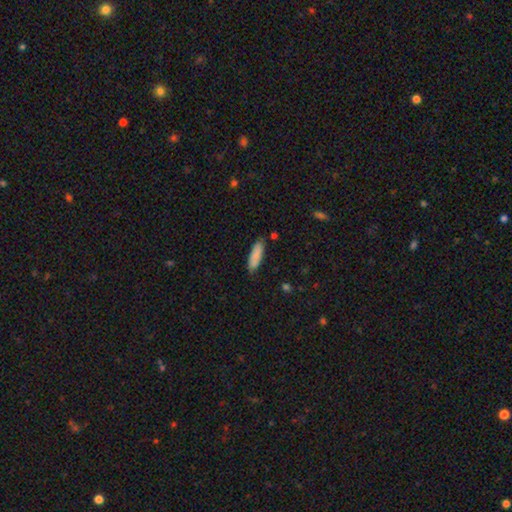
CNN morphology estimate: type=smooth (86%); roundness=cigar-shaped (51%); merging=none (82%).